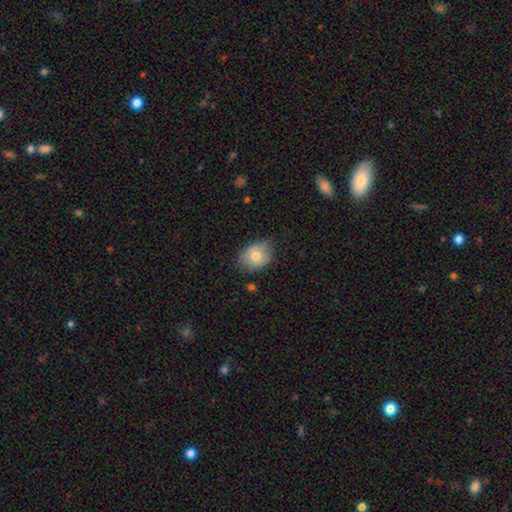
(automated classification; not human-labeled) This is likely a smooth galaxy (74%). How rounded: possibly in between (56%). Merging: likely none (72%).